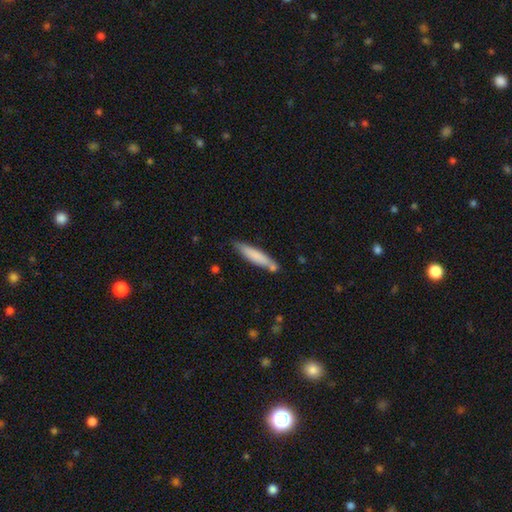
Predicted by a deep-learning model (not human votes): Smooth or featured? Predicted: smooth (p=0.74). How rounded? Predicted: cigar-shaped (p=0.87). Merging? Predicted: none (p=0.70).